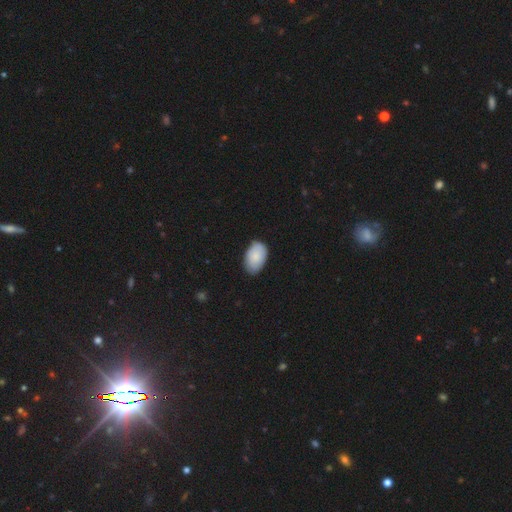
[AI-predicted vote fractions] smooth-or-featured: smooth: 83% | featured or disk: 11% | star or artifact: 6%
  how-rounded: in between: 93% | round: 6% | cigar-shaped: 1%
  merging: none: 78% | minor disturbance: 19% | major disturbance: 3% | merger: 1%